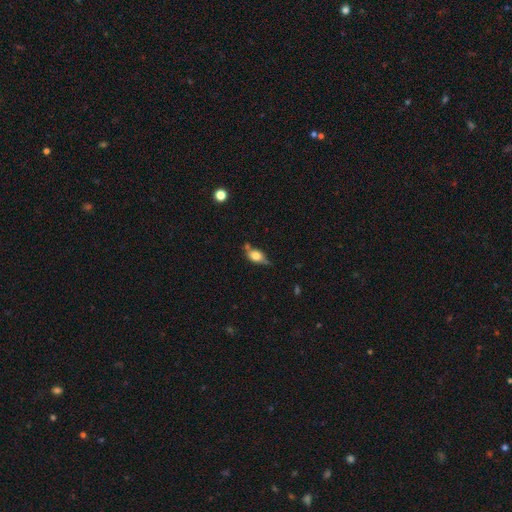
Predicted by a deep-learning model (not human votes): This appears to be a smooth galaxy with no disk features (63%) that is in between round and cigar-shaped (75%). Merging: none (53%).